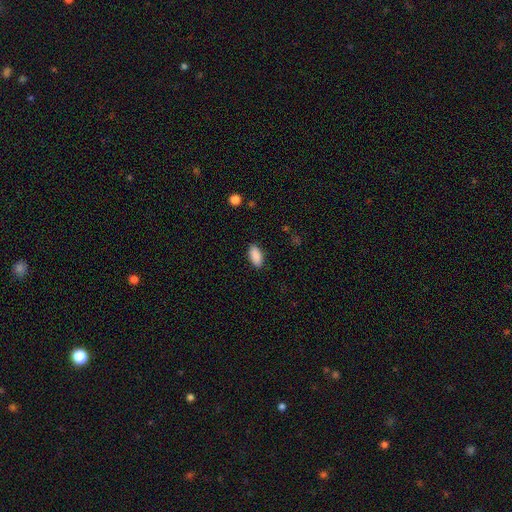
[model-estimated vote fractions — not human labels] Q: Smooth or featured?
A: smooth (90%); runner-up: star or artifact (7%)
Q: How rounded?
A: in between (91%); runner-up: cigar-shaped (7%)
Q: Merging?
A: none (88%); runner-up: minor disturbance (9%)